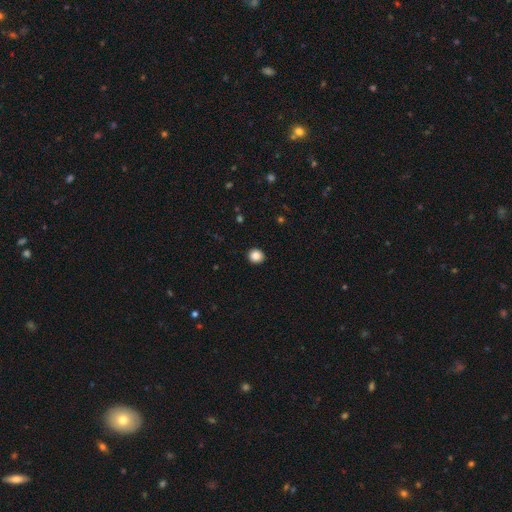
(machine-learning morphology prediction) type=smooth (86%); roundness=round (90%); merging=none (93%).